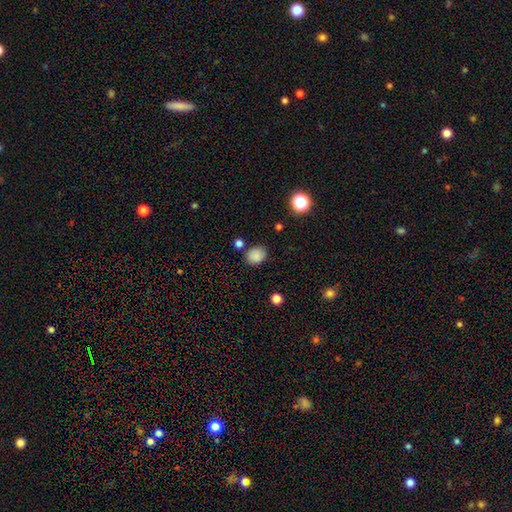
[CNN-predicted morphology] Smooth or featured: smooth — 85% (star or artifact — 11%)
How rounded: round — 57% (in between — 42%)
Merging: none — 78% (minor disturbance — 13%)